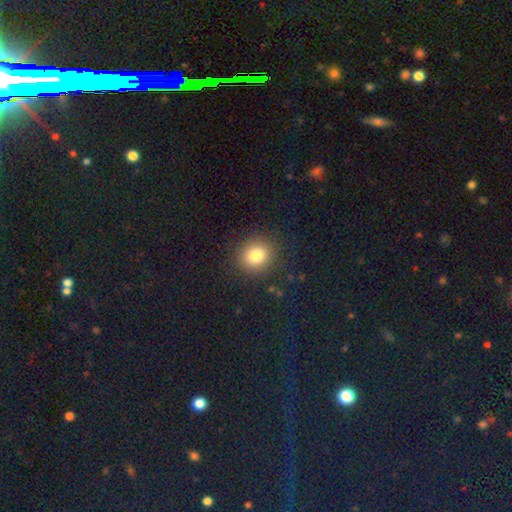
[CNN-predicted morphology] Overall: smooth (80%). How rounded: round (84%). Merging: none (89%).